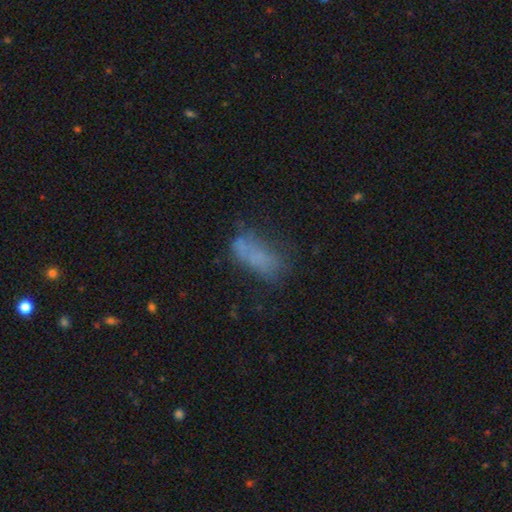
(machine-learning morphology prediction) This is possibly a smooth galaxy (58%). How rounded: clearly in between (80%). Merging: marginally none (43%).